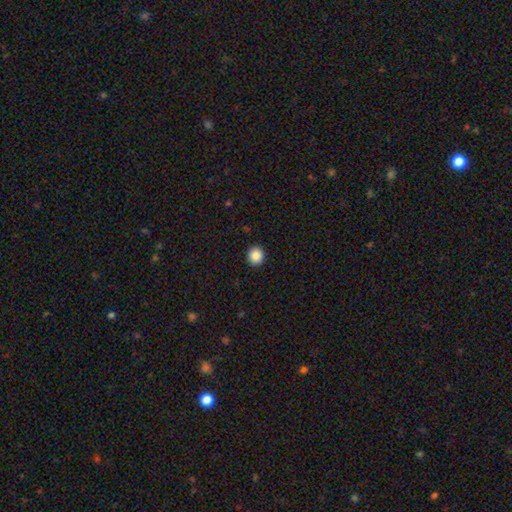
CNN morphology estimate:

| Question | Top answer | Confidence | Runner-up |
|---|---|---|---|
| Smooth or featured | smooth | 87% | star or artifact (9%) |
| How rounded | round | 91% | in between (8%) |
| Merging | none | 93% | minor disturbance (5%) |